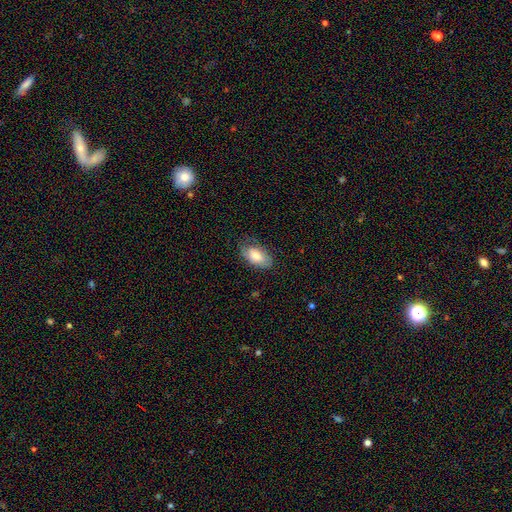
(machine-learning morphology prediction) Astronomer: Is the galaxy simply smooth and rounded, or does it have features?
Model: smooth — 72%.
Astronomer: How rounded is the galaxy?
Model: in between — 94%.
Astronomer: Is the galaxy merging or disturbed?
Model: none — 68%.